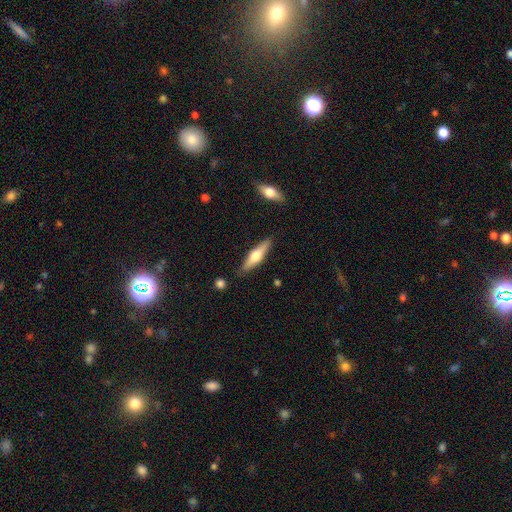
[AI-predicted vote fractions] Smooth or featured? featured or disk (51%)
Edge-on disk? yes (94%)
Merging? none (86%)